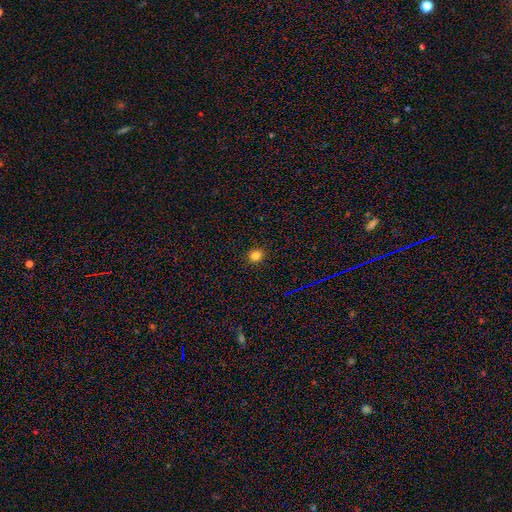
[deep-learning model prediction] Overall: smooth (81%). How rounded: round (88%). Merging: none (91%).